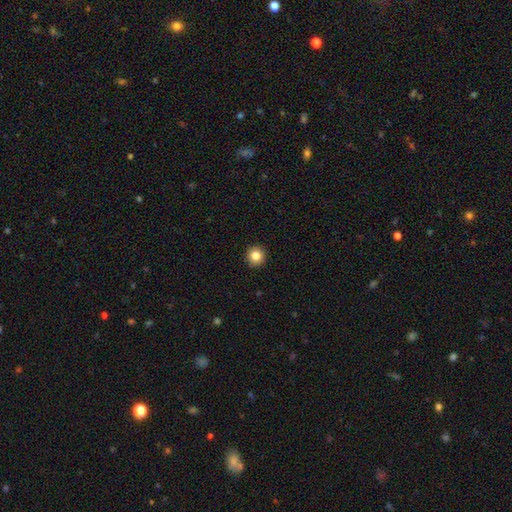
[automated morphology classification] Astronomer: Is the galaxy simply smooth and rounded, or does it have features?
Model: smooth — 84%.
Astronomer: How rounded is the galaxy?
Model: round — 94%.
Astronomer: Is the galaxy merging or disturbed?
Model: none — 93%.